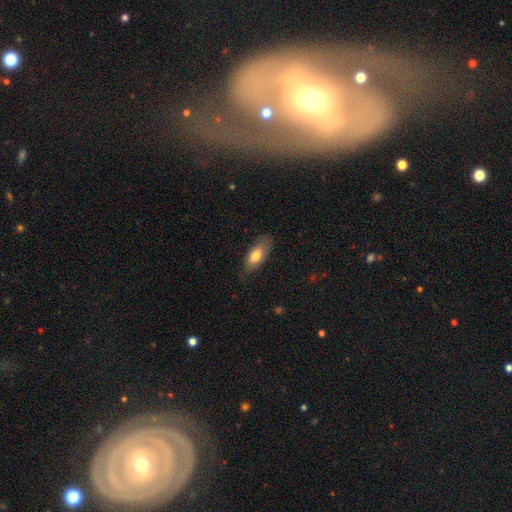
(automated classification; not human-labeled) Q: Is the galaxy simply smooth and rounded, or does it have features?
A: smooth — 74%.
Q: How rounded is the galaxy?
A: in between — 83%.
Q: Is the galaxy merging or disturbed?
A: none — 73%.